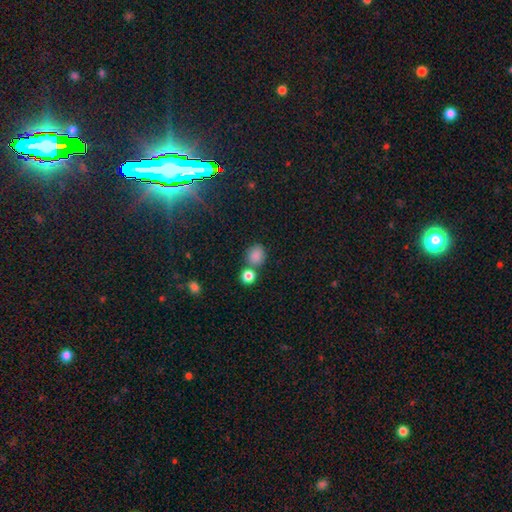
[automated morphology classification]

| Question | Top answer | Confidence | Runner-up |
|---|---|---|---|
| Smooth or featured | smooth | 84% | star or artifact (12%) |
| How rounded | round | 70% | in between (29%) |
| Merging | none | 65% | merger (21%) |